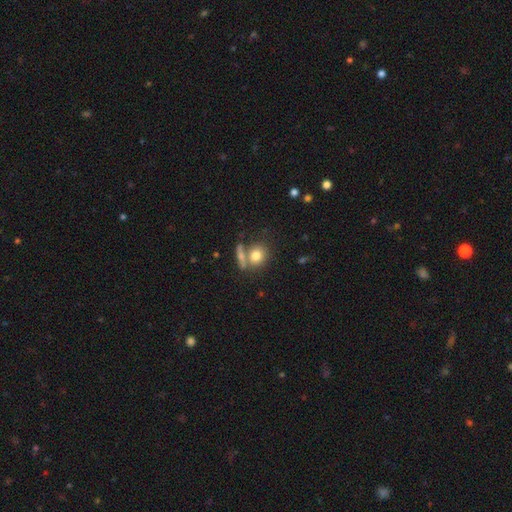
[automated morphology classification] Smooth or featured? smooth (77%)
How rounded? round (64%)
Merging? none (53%)